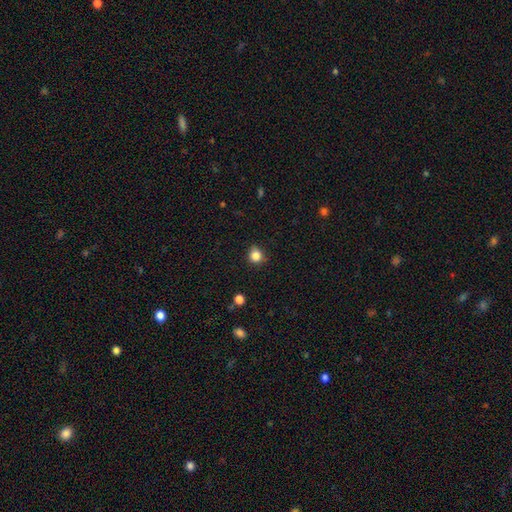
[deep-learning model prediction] smooth 84%, star or artifact 11%, featured or disk 4%. Down the decision tree: how rounded — round (83%); merging — none (80%).